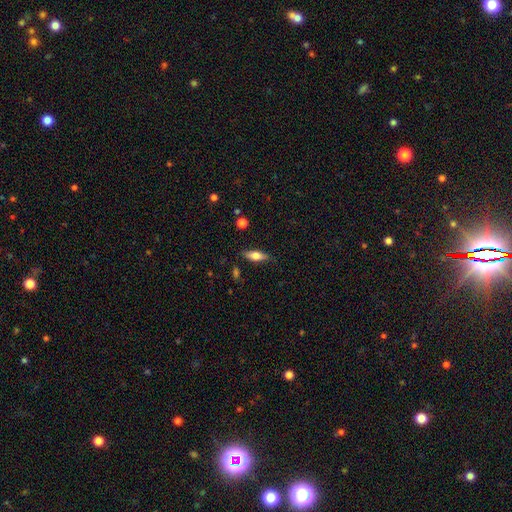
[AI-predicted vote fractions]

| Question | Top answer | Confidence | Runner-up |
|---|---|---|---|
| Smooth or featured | smooth | 65% | featured or disk (28%) |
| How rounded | in between | 61% | cigar-shaped (36%) |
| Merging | none | 84% | minor disturbance (12%) |